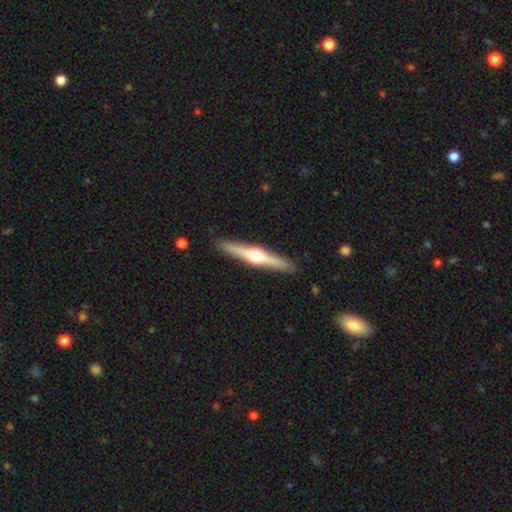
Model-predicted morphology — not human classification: A featured or disk galaxy (69%) viewed edge-on (97%) with a rounded central bulge (95%). Merging: none (91%).